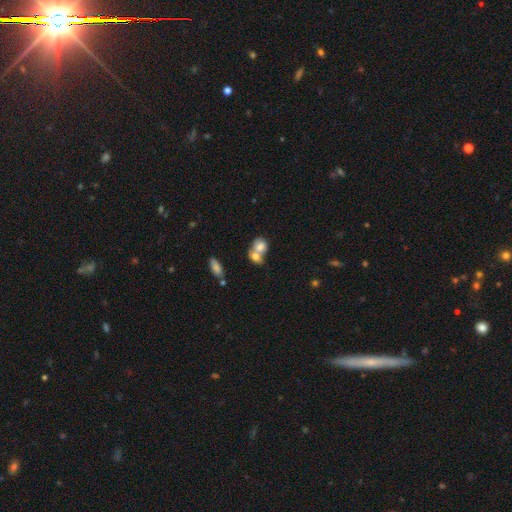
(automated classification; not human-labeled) smooth-or-featured: smooth: 71% | featured or disk: 21% | star or artifact: 9%
  how-rounded: in between: 59% | round: 40% | cigar-shaped: 2%
  merging: merger: 71% | none: 18% | minor disturbance: 7% | major disturbance: 4%